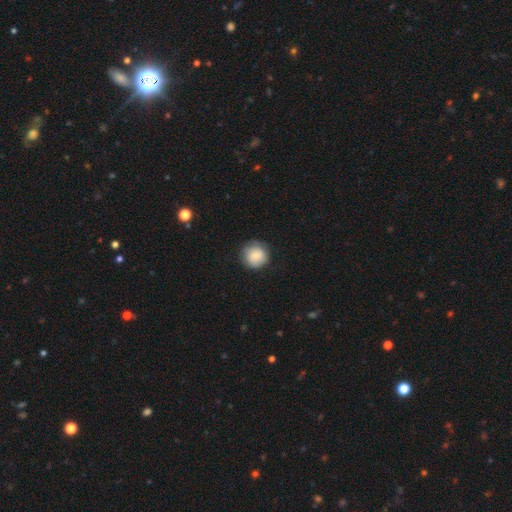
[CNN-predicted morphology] This appears to be a smooth galaxy with no disk features (78%) that is round (92%). Merging: none (78%).